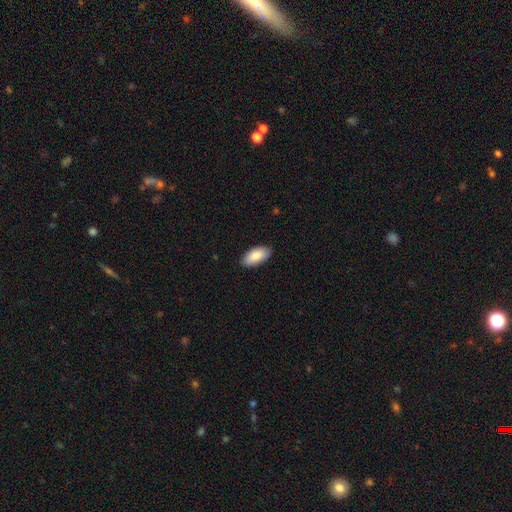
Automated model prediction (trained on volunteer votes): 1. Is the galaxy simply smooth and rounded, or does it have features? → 86% smooth, 9% featured or disk, 6% star or artifact.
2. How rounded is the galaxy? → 93% in between, 5% cigar-shaped, 2% round.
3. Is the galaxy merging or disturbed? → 88% none, 10% minor disturbance, 2% major disturbance, 1% merger.